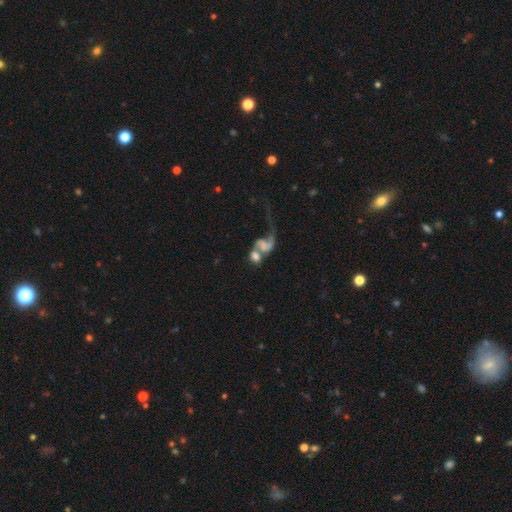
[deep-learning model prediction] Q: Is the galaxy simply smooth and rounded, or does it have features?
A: featured or disk — 48%.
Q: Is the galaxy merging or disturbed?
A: merger — 65%.